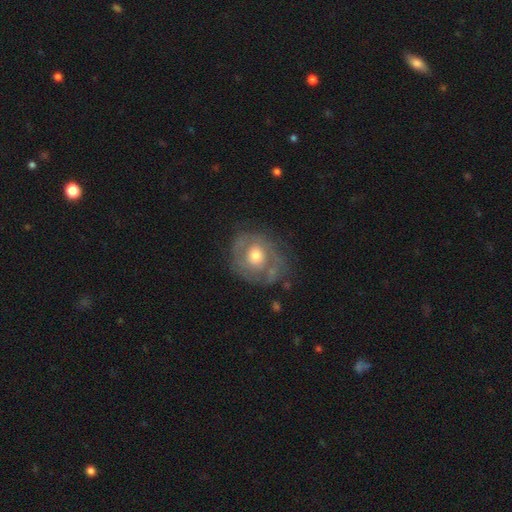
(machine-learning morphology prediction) featured or disk 64%, smooth 30%, star or artifact 7%. Down the decision tree: edge-on disk — no (97%); bar — no (79%); spiral arms — yes (55%); bulge size — moderate (69%); merging — none (62%).